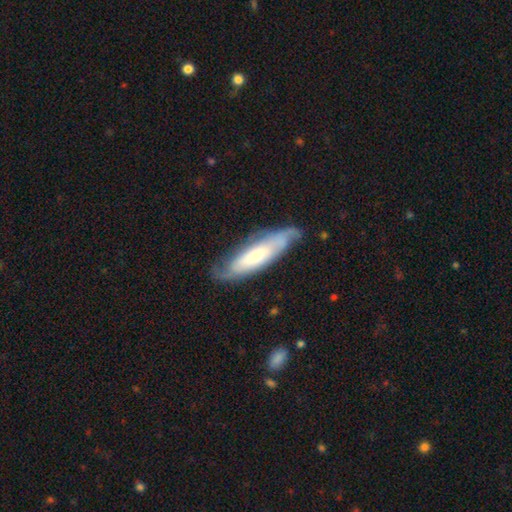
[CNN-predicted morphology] Smooth or featured? featured or disk (56%)
Edge-on disk? no (67%)
Merging? none (64%)